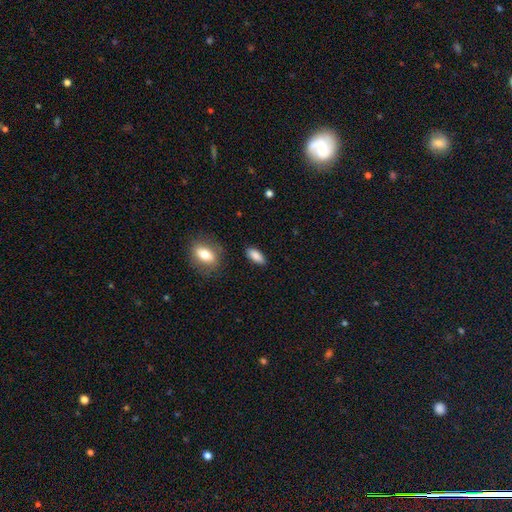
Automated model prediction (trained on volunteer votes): The model was most divided on "how rounded": in between: 80%, cigar-shaped: 17%, round: 3%. More confident: smooth or featured — smooth (86%); merging — none (85%).